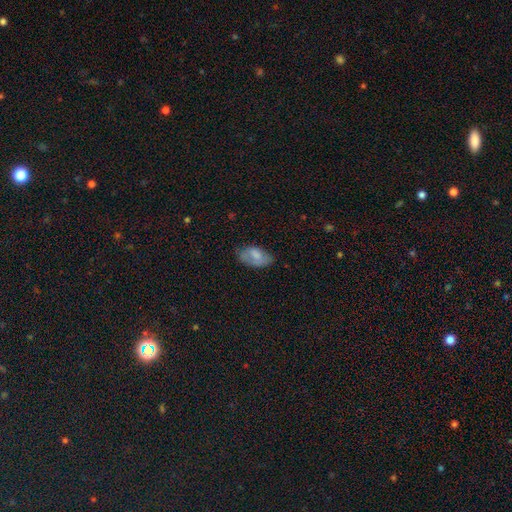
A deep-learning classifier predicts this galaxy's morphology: Smooth or featured? Predicted: smooth (p=0.70). How rounded? Predicted: in between (p=0.93). Merging? Predicted: none (p=0.54).